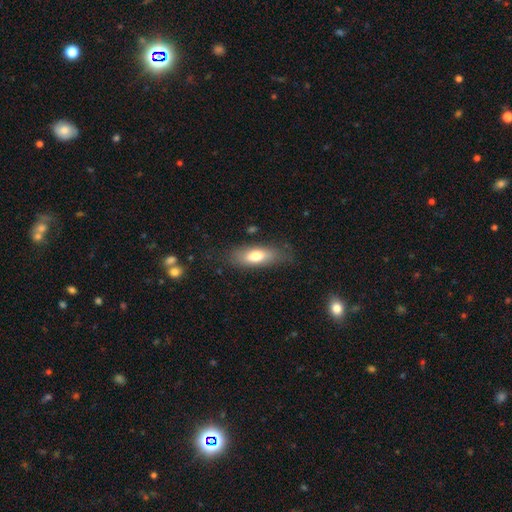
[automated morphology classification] A smooth galaxy with no disk features (72%) that is in between round and cigar-shaped (73%). Merging: none (74%).